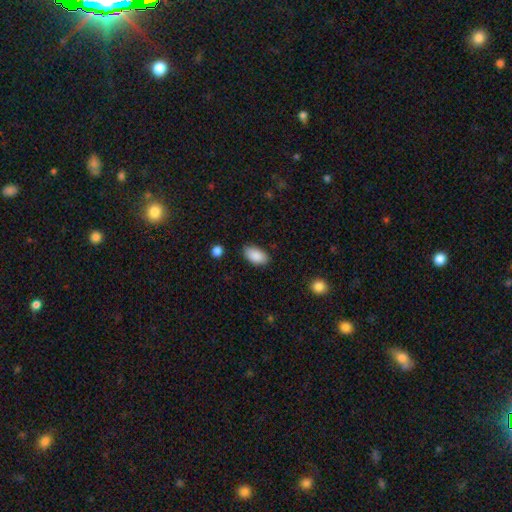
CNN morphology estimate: The model was most divided on "merging": none: 83%, minor disturbance: 13%, major disturbance: 3%, merger: 1%. More confident: how rounded — in between (94%); smooth or featured — smooth (89%).